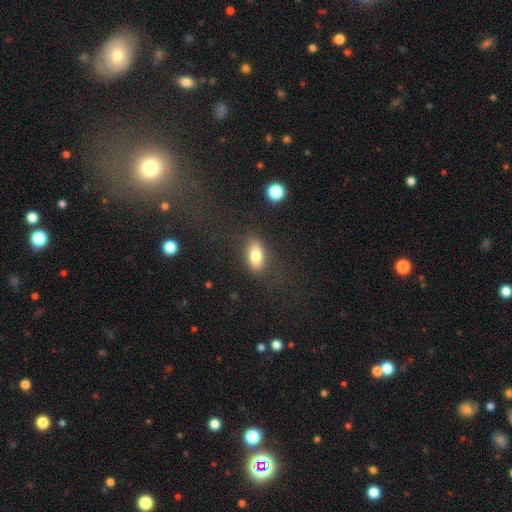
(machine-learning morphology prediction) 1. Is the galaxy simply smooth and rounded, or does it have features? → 78% smooth, 14% featured or disk, 8% star or artifact.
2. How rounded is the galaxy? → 84% in between, 10% cigar-shaped, 6% round.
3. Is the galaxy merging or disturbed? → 79% none, 13% minor disturbance, 6% major disturbance, 2% merger.